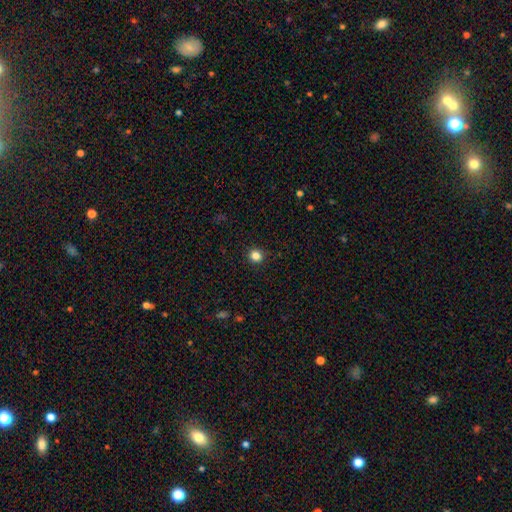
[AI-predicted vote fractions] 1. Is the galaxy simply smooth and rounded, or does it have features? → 84% smooth, 12% star or artifact, 4% featured or disk.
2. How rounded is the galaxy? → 90% round, 9% in between, 1% cigar-shaped.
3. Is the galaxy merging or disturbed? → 92% none, 6% minor disturbance, 2% major disturbance, 1% merger.